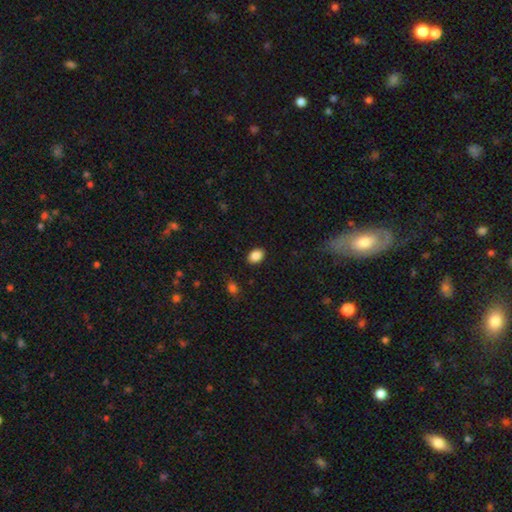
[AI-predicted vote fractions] Q: Smooth or featured?
A: smooth (88%); runner-up: star or artifact (8%)
Q: How rounded?
A: in between (80%); runner-up: round (19%)
Q: Merging?
A: none (89%); runner-up: minor disturbance (8%)